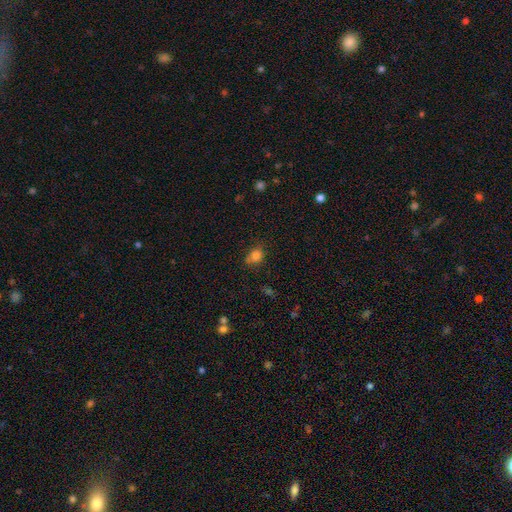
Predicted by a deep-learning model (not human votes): The model was most divided on "how rounded": round: 61%, in between: 38%, cigar-shaped: 1%. More confident: smooth or featured — smooth (80%); merging — none (65%).